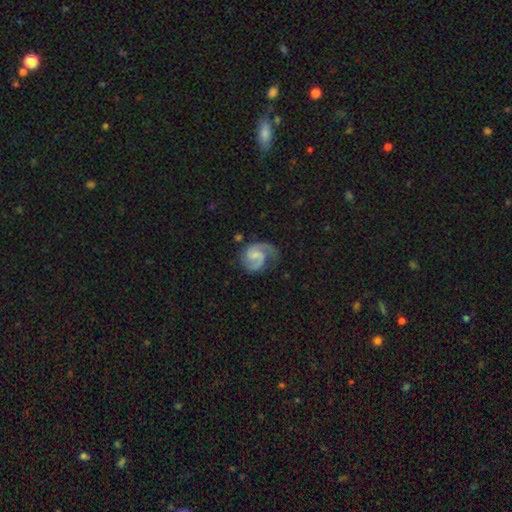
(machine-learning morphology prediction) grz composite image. It shows a featured or disk galaxy (85%) with a weak bar (51%), 2 (81%) medium (54%) spiral arms (97%) and a small central bulge (44%). Merging: none (63%).